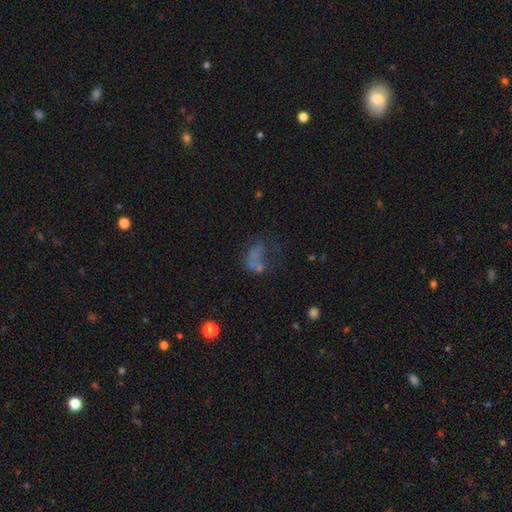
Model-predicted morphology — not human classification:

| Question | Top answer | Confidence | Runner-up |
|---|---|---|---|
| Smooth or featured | smooth | 39% | featured or disk (33%) |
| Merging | major disturbance | 32% | tied: none (32%) |